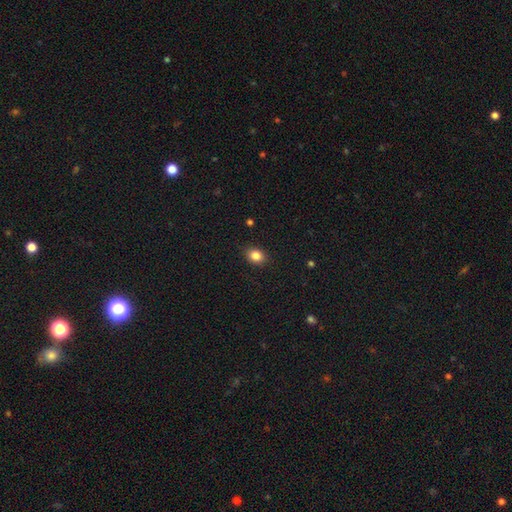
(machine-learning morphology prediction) Smooth or featured? Predicted: smooth (p=0.85). How rounded? Predicted: in between (p=0.56). Merging? Predicted: none (p=0.88).